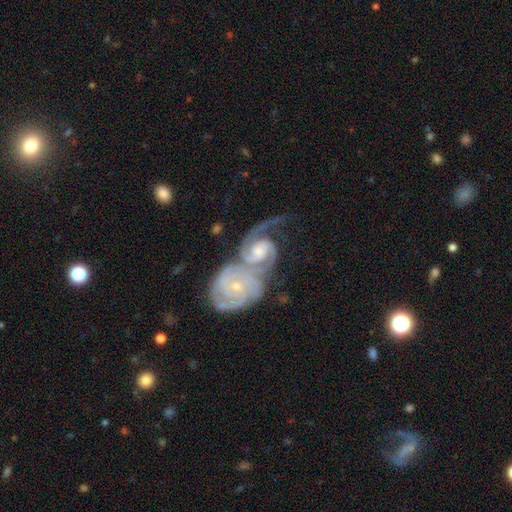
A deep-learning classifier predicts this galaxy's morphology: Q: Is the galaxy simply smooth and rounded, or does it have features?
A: featured or disk — 88%.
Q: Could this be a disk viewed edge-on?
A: no — 96%.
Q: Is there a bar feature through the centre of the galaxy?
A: no — 64%.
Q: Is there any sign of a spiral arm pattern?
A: yes — 97%.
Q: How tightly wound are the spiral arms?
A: tight — 59%.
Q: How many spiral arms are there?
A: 2 — 60%.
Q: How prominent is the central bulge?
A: small — 56%.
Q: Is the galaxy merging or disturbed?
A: merger — 73%.